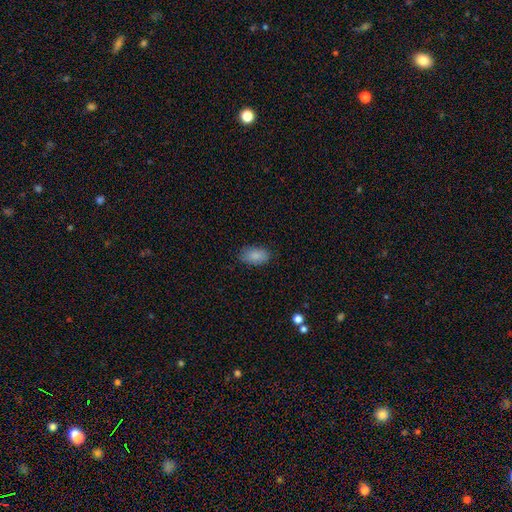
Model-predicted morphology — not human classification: A smooth galaxy with no disk features (87%) that is in between round and cigar-shaped (93%).

Vote fractions:
- Smooth or featured? smooth: 87% / star or artifact: 7% / featured or disk: 6%
- How rounded? in between: 93% / round: 6% / cigar-shaped: 2%
- Merging? none: 83% / minor disturbance: 13% / major disturbance: 3% / merger: 1%